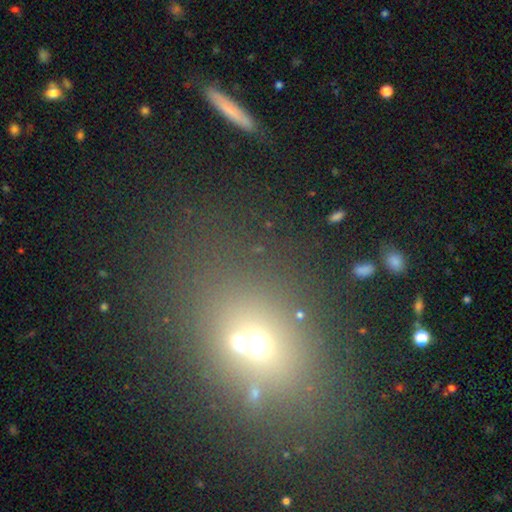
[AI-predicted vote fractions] Smooth or featured?
  - smooth: 48% *
  - star or artifact: 34%
  - featured or disk: 18%
Merging?
  - none: 61% *
  - merger: 23%
  - minor disturbance: 10%
  - major disturbance: 6%